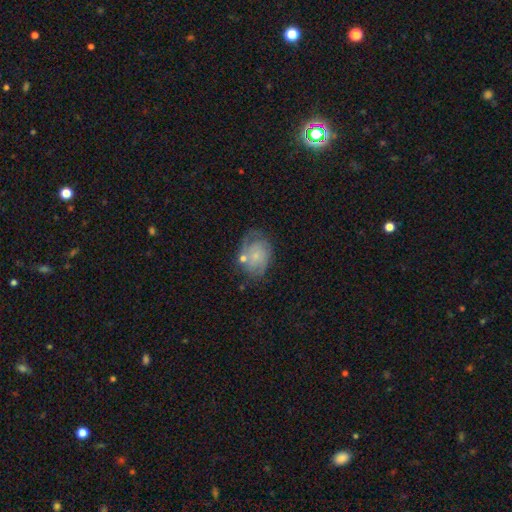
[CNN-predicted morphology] featured or disk 55%, smooth 36%, star or artifact 9%. Down the decision tree: edge-on disk — no (97%); bar — no (78%); spiral arms — yes (77%); bulge size — small (71%); merging — none (50%).